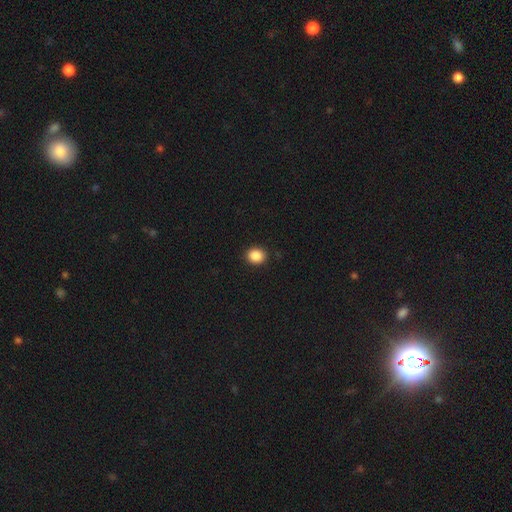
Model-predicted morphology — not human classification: Smooth or featured? smooth (88%)
How rounded? round (68%)
Merging? none (91%)